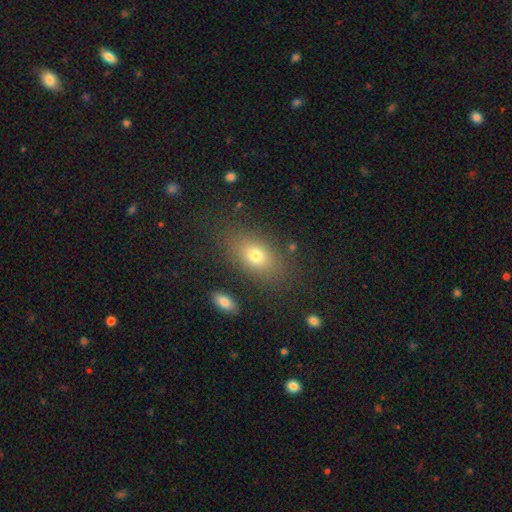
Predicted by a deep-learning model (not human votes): Morphology: type=smooth (74%); roundness=in between (82%); merging=none (82%).